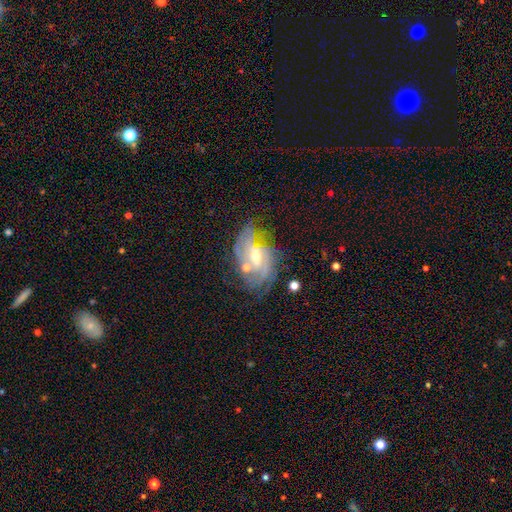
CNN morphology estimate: Smooth or featured? Predicted: featured or disk (p=0.68). Edge-on disk? Predicted: no (p=0.92). Bar? Predicted: weak (p=0.42). Spiral arms? Predicted: yes (p=0.82). Spiral winding? Predicted: medium (p=0.38). Spiral arm count? Predicted: 2 (p=0.37). Bulge size? Predicted: moderate (p=0.55). Merging? Predicted: none (p=0.65).